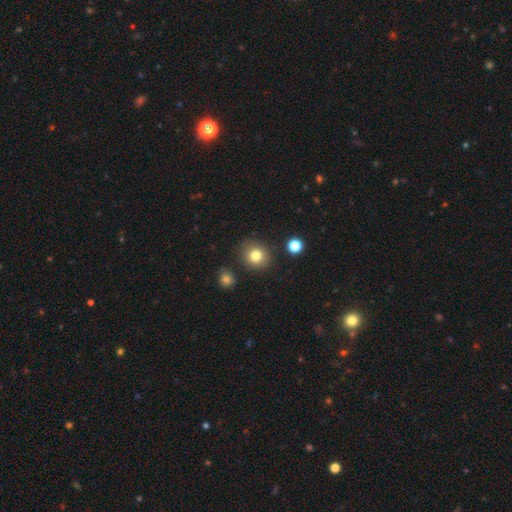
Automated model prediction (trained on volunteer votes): The model was most divided on "smooth or featured": smooth: 81%, star or artifact: 11%, featured or disk: 8%. More confident: how rounded — round (86%); merging — none (85%).